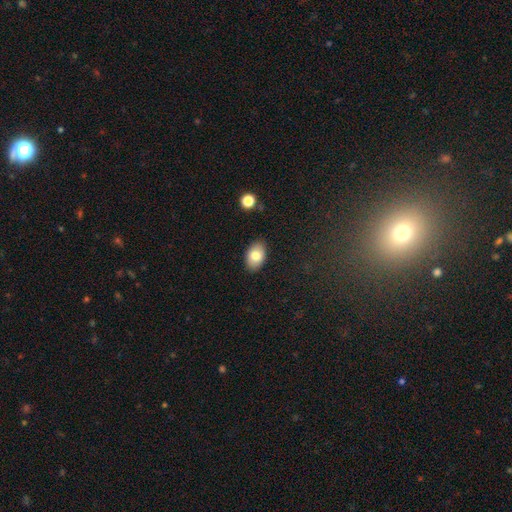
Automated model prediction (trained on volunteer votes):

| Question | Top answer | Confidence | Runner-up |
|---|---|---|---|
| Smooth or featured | smooth | 79% | featured or disk (13%) |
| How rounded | in between | 90% | round (9%) |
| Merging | none | 87% | minor disturbance (9%) |